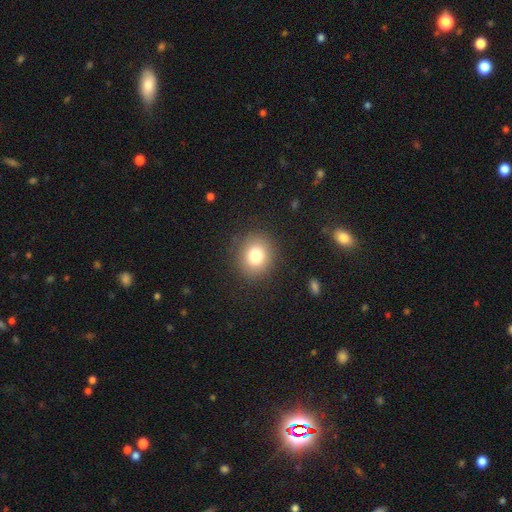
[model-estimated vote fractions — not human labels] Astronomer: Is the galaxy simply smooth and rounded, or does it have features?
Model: smooth — 79%.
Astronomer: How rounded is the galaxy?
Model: round — 81%.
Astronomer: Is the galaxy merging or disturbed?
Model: none — 89%.